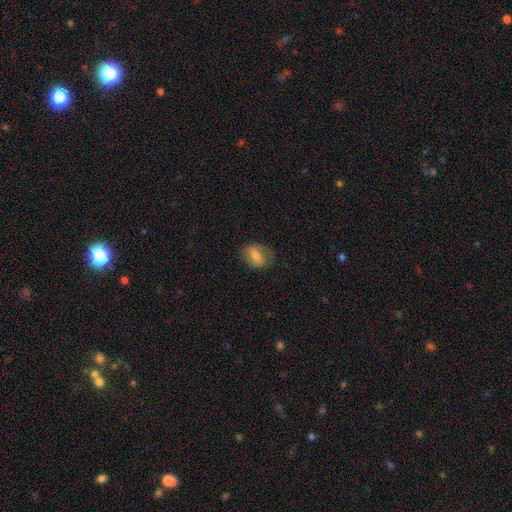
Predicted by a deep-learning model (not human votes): Overall: smooth (66%). How rounded: in between (71%). Merging: none (75%).